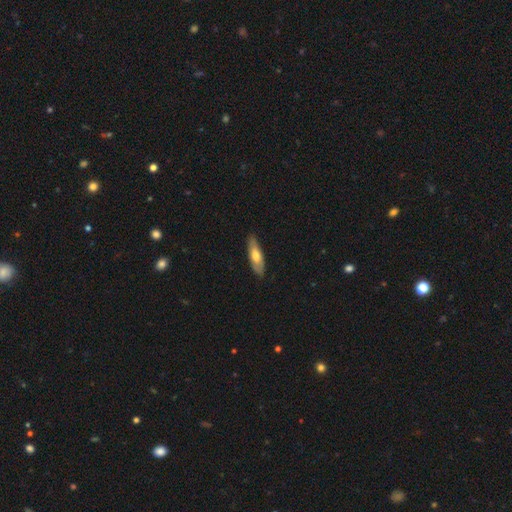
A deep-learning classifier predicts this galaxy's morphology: This appears to be a smooth galaxy with no disk features (58%) that is in between round and cigar-shaped (50%). Merging: none (85%).